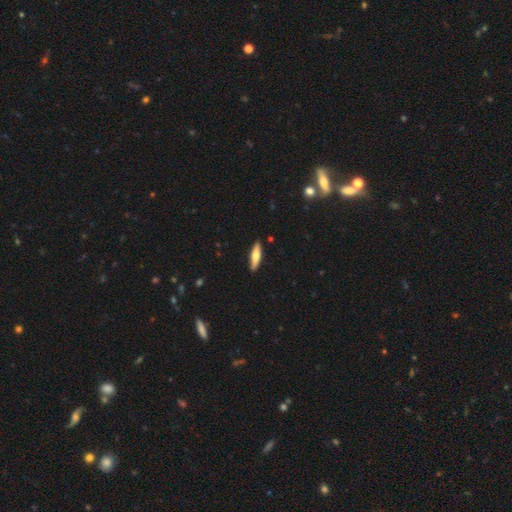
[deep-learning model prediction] This is likely a smooth galaxy (64%). How rounded: likely cigar-shaped (73%). Merging: clearly none (88%).